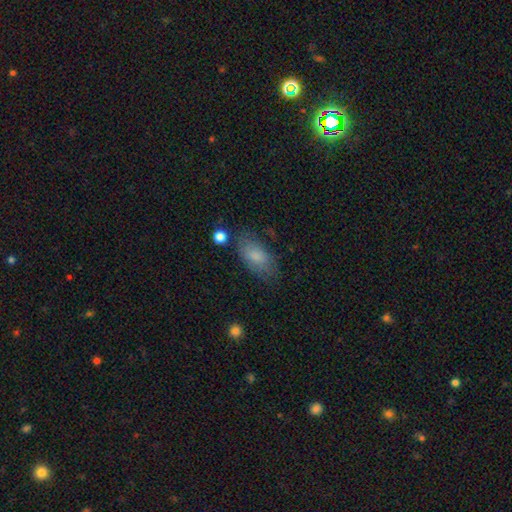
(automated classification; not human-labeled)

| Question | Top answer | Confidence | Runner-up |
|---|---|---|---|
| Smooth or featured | smooth | 80% | featured or disk (13%) |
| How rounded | in between | 91% | cigar-shaped (6%) |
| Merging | none | 70% | minor disturbance (20%) |